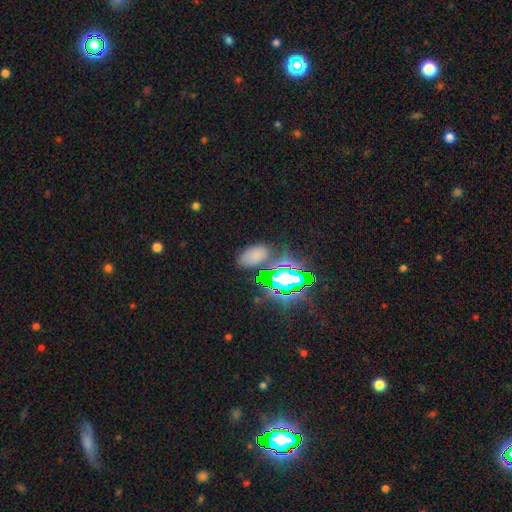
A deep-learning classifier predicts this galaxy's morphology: Overall: smooth (57%; star or artifact 34%). How rounded: in between (91%). Merging: none (75%).